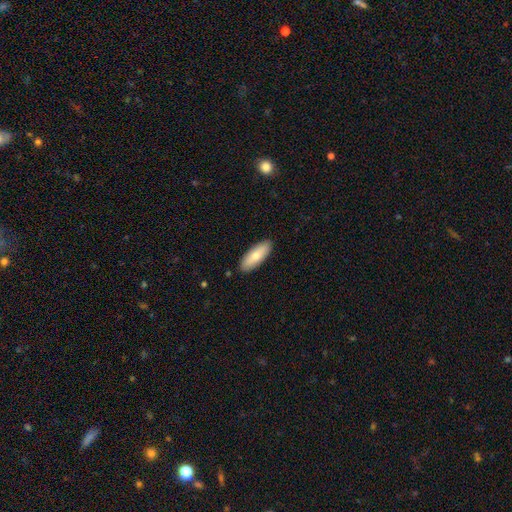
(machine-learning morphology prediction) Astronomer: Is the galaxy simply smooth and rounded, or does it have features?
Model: smooth — 73%.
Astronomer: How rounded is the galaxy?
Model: in between — 72%.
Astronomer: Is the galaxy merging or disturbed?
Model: none — 90%.